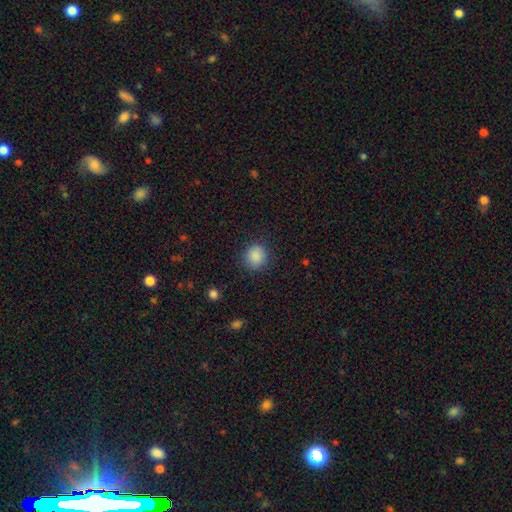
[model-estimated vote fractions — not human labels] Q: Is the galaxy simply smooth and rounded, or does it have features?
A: smooth — 88%.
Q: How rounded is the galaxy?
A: round — 86%.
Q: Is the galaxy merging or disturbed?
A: none — 88%.